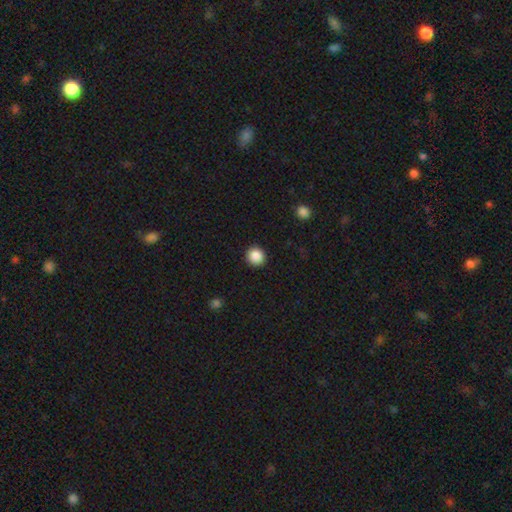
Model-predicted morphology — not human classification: smooth-or-featured: smooth: 88% | star or artifact: 9% | featured or disk: 3%
  how-rounded: round: 93% | in between: 6% | cigar-shaped: 1%
  merging: none: 92% | minor disturbance: 5% | major disturbance: 2% | merger: 1%